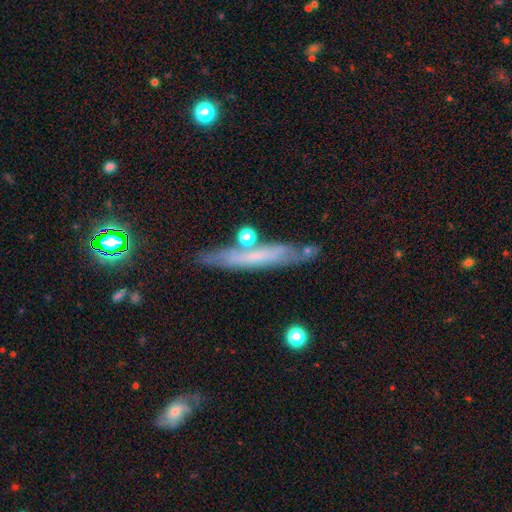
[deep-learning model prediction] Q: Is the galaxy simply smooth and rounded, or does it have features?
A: smooth — 46%.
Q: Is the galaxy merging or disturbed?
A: none — 76%.